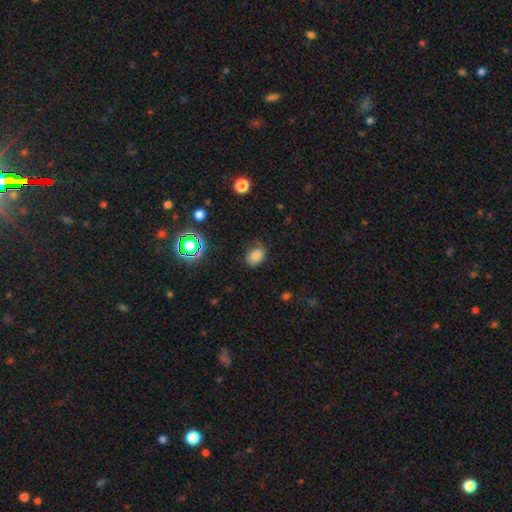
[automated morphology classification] smooth_or_featured: smooth (p=0.79) [alt: star or artifact p=0.14]
how_rounded: in between (p=0.62) [alt: round p=0.37]
merging: none (p=0.69) [alt: minor disturbance p=0.24]